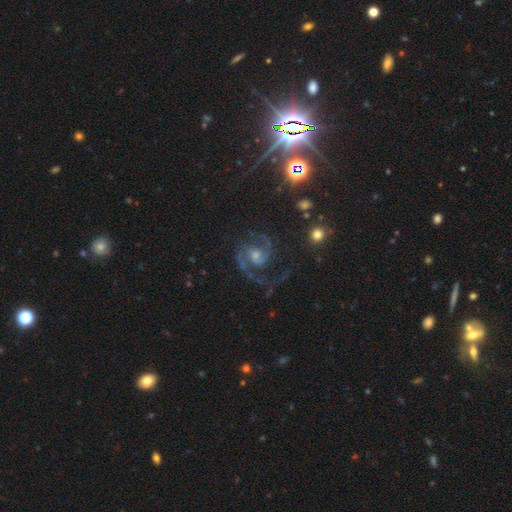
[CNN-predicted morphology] Smooth or featured? featured or disk (88%)
Edge-on disk? no (98%)
Bar? no (55%)
Spiral arms? yes (98%)
Spiral winding? medium (60%)
Spiral arm count? 2 (87%)
Bulge size? moderate (45%)
Merging? none (72%)